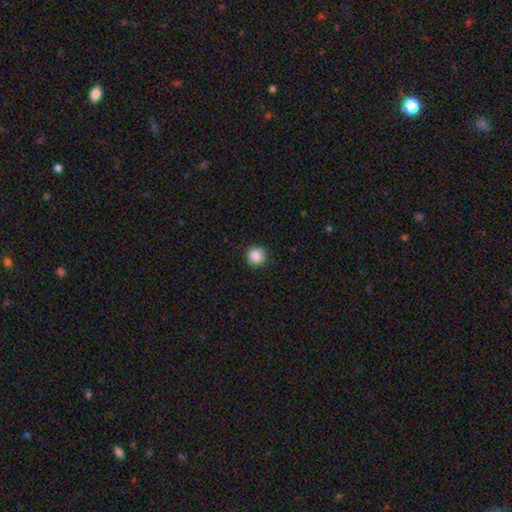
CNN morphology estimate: A smooth galaxy with no disk features (88%) that is round (95%).

Vote fractions:
- Smooth or featured? smooth: 88% / star or artifact: 9% / featured or disk: 3%
- How rounded? round: 95% / in between: 4% / cigar-shaped: 1%
- Merging? none: 90% / minor disturbance: 7% / major disturbance: 2% / merger: 1%